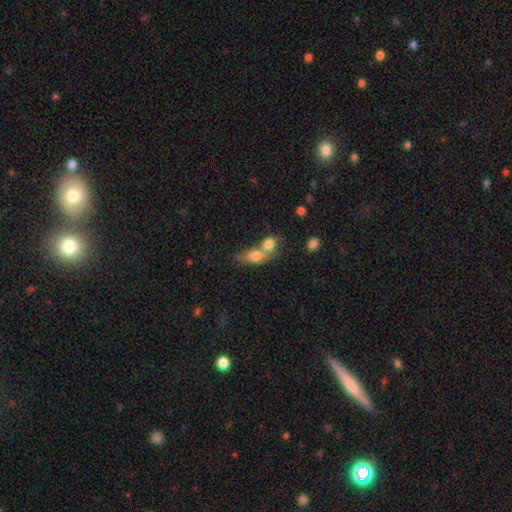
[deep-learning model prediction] This appears to be a smooth galaxy with no disk features (76%) that is in between round and cigar-shaped (66%). Merging: merger (70%).